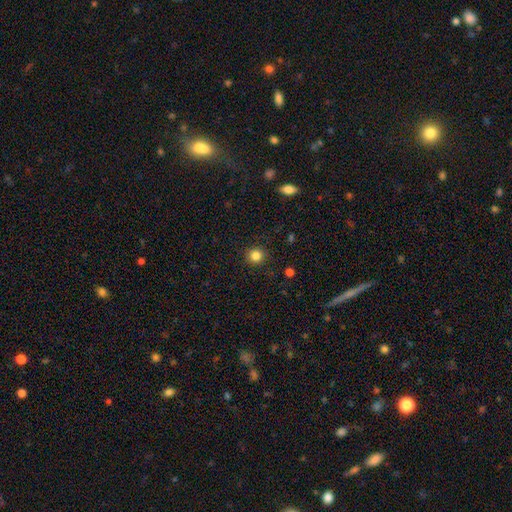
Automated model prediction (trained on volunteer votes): smooth_or_featured: smooth (p=0.84) [alt: star or artifact p=0.11]
how_rounded: round (p=0.92) [alt: in between p=0.07]
merging: none (p=0.90) [alt: minor disturbance p=0.06]